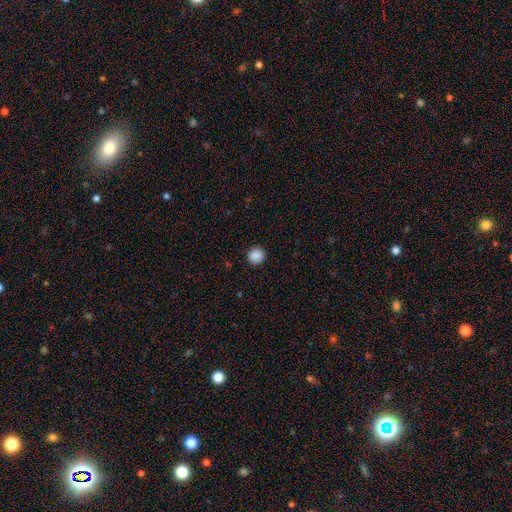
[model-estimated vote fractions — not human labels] This is clearly a smooth galaxy (89%). How rounded: clearly round (87%). Merging: clearly none (92%).